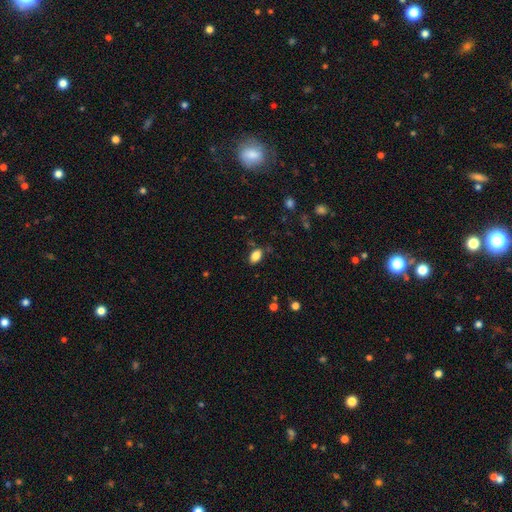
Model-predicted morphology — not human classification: type=smooth (85%); roundness=in between (89%); merging=none (80%).